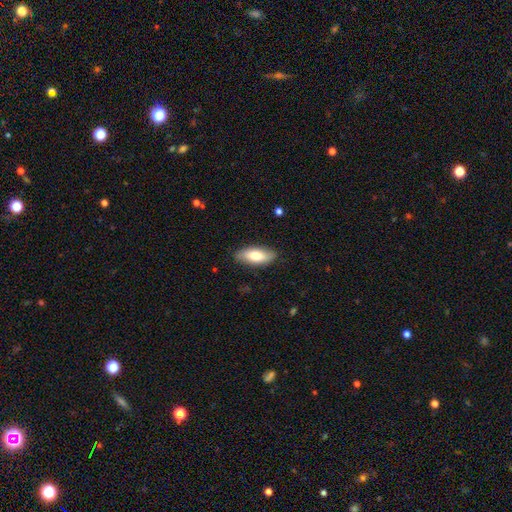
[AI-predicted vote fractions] The model was most divided on "smooth or featured": smooth: 75%, featured or disk: 19%, star or artifact: 6%. More confident: merging — none (86%); how rounded — in between (81%).